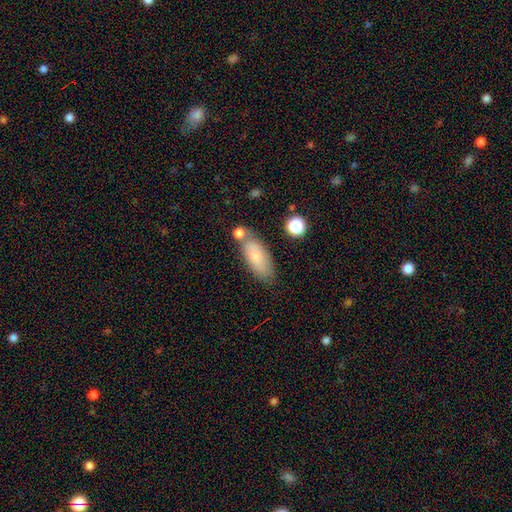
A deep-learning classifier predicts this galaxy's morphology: Smooth or featured: smooth — 74% (featured or disk — 18%)
How rounded: in between — 80% (cigar-shaped — 17%)
Merging: none — 61% (minor disturbance — 18%)